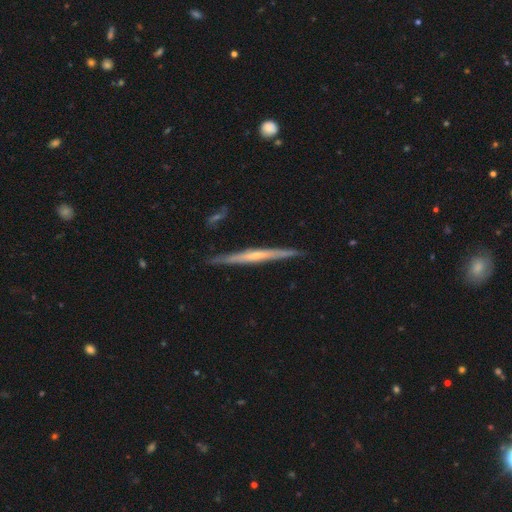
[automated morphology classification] This is likely a featured or disk galaxy (70%). It is clearly viewed edge-on (97%). Edge-on bulge: possibly none (53%). Merging: clearly none (87%).